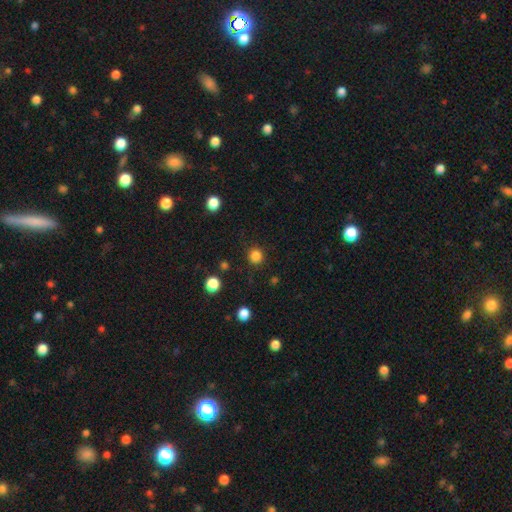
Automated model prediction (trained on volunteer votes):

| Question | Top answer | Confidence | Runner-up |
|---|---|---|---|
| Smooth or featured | smooth | 84% | star or artifact (13%) |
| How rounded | round | 93% | in between (6%) |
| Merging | none | 89% | minor disturbance (7%) |